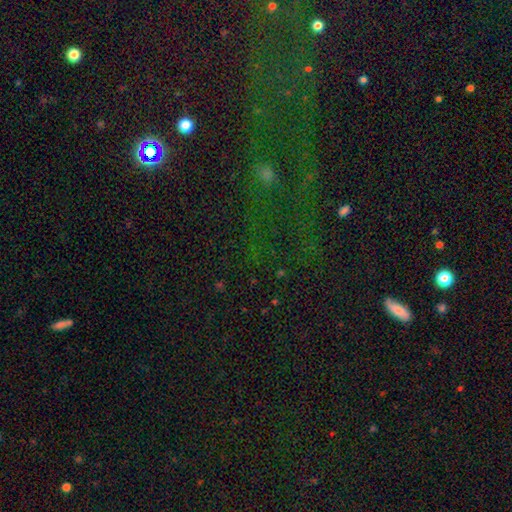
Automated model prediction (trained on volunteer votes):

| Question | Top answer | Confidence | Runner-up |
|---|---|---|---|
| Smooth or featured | star or artifact | 71% | smooth (18%) |